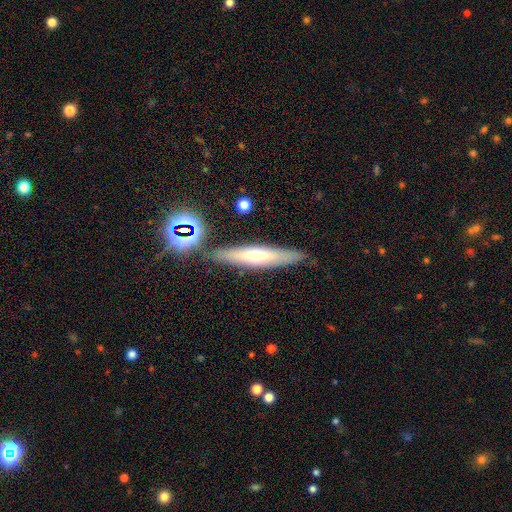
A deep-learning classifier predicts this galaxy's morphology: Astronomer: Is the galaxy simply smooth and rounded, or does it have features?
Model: smooth — 45%, tied with featured or disk at 45%.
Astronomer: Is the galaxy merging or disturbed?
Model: none — 83%.